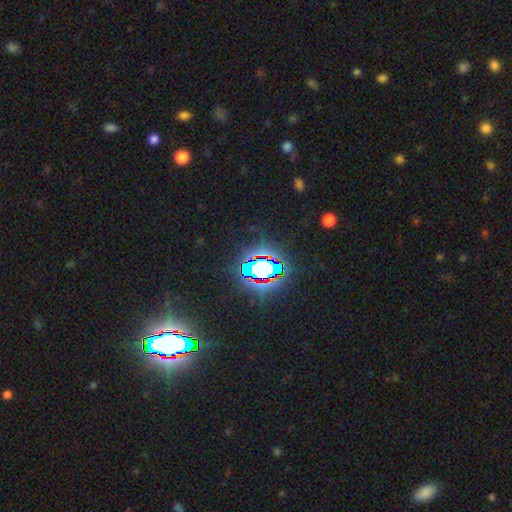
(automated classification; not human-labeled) A star or artifact, not a galaxy (84%).

Vote fractions:
- Smooth or featured? star or artifact: 84% / smooth: 9% / featured or disk: 6%